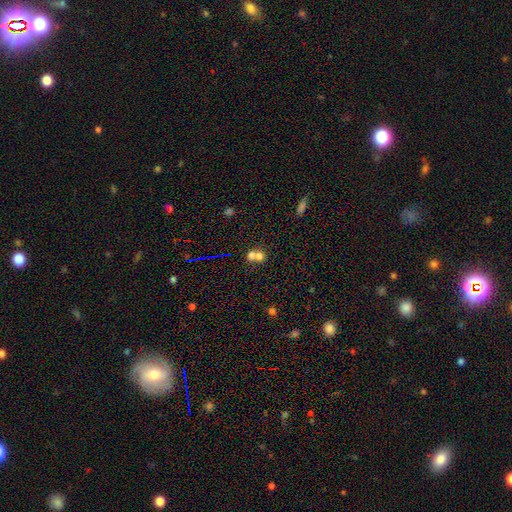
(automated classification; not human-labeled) A smooth galaxy with no disk features (68%) that is round (78%). Merging: merger (65%).